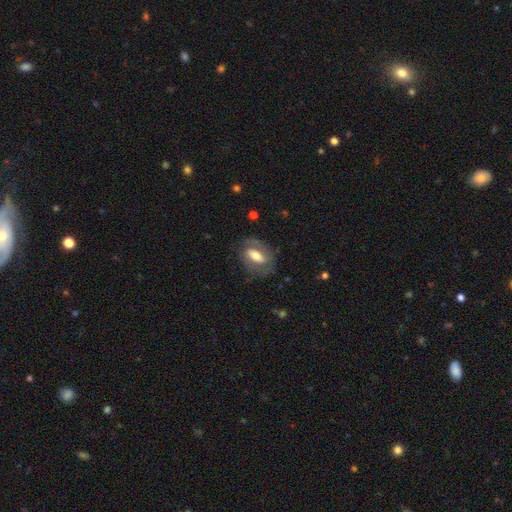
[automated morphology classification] smooth_or_featured: featured or disk (p=0.55) [alt: smooth p=0.38]
disk_edge_on: no (p=0.90) [alt: yes p=0.10]
merging: none (p=0.70) [alt: minor disturbance p=0.18]